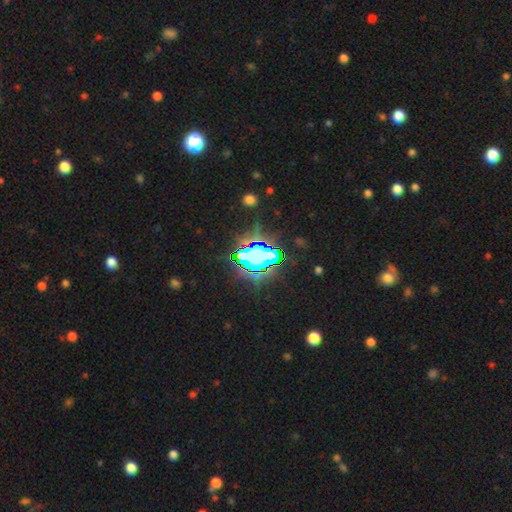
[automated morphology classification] smooth-or-featured: star or artifact: 67% | smooth: 22% | featured or disk: 12%